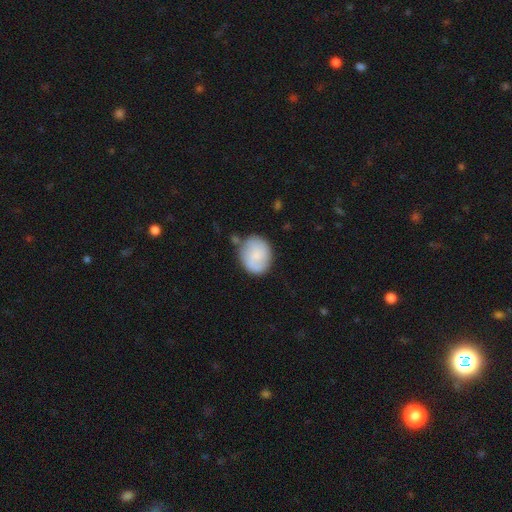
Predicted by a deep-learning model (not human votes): Morphology: type=smooth (67%); roundness=round (65%); merging=none (67%).